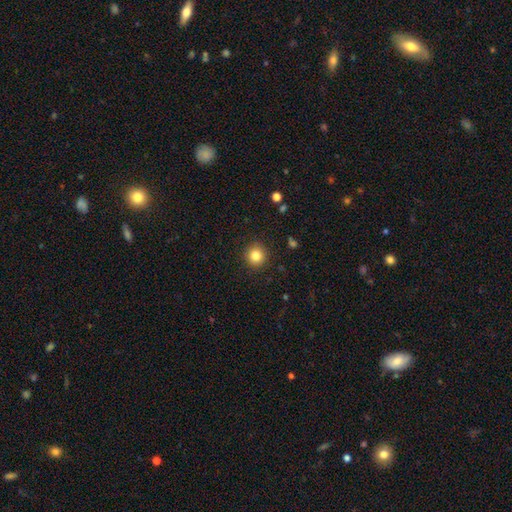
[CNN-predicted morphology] This is clearly a smooth galaxy (82%). How rounded: clearly round (94%). Merging: clearly none (91%).